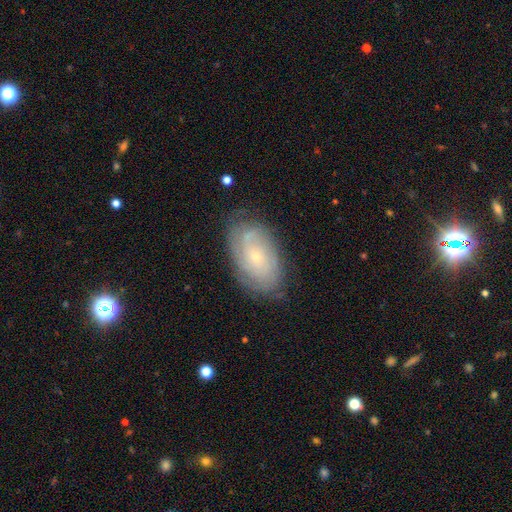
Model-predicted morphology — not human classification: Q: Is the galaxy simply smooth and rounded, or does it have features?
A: featured or disk — 69%.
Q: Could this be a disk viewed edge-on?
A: no — 95%.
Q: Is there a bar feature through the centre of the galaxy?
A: no — 78%.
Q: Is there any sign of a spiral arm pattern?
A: yes — 88%.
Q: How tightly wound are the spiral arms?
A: tight — 68%.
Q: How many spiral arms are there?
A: can't tell — 52%.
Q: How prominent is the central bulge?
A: small — 79%.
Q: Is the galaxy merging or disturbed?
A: none — 76%.